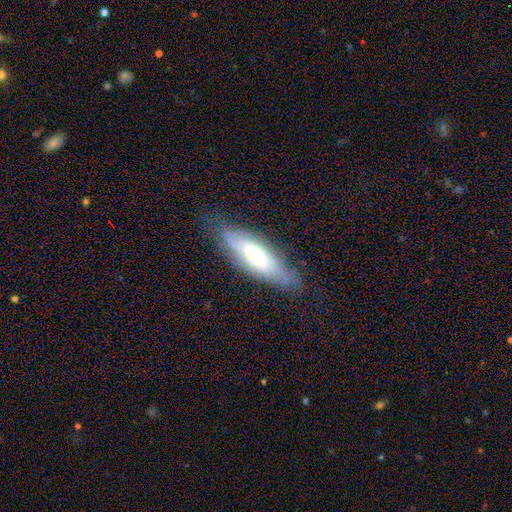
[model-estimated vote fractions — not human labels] featured or disk 48%, smooth 45%, star or artifact 7%. Down the decision tree: merging — none (69%).